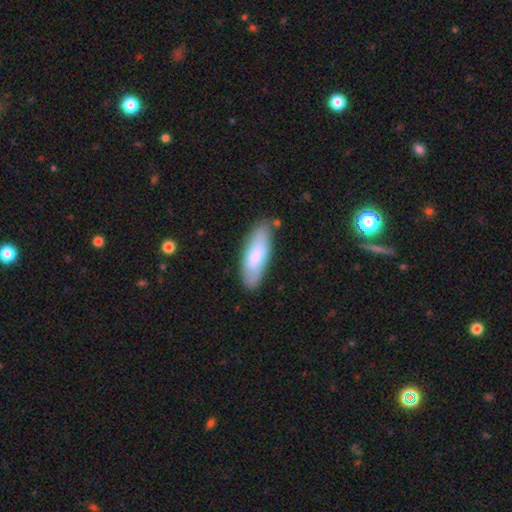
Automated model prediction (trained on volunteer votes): This appears to be a smooth galaxy with no disk features (77%) that is in between round and cigar-shaped (61%). Merging: none (81%).